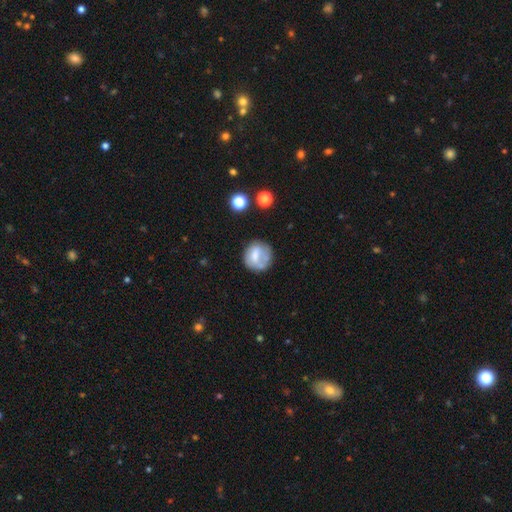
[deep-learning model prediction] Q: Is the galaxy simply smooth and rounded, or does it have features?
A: smooth — 63%.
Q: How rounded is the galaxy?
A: round — 81%.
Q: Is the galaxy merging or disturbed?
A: none — 57%.